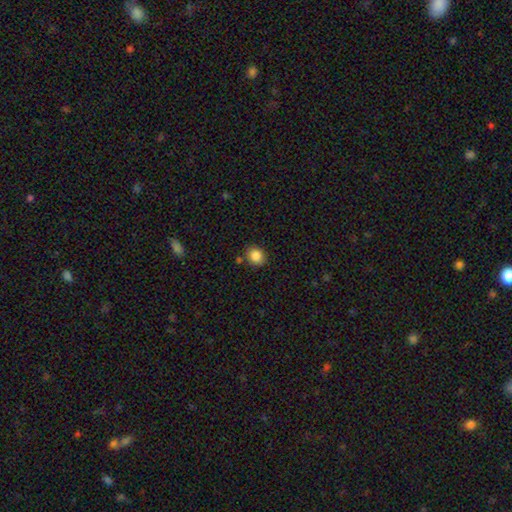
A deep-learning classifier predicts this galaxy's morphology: Q: Smooth or featured?
A: smooth (86%); runner-up: star or artifact (10%)
Q: How rounded?
A: round (75%); runner-up: in between (24%)
Q: Merging?
A: none (83%); runner-up: minor disturbance (10%)